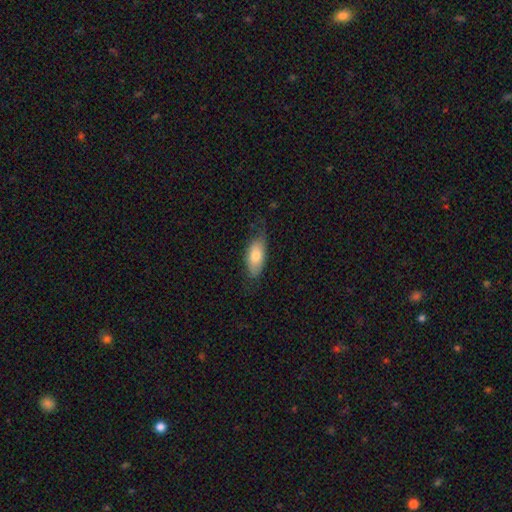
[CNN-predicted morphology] Overall: smooth (75%). How rounded: in between (85%). Merging: none (67%).